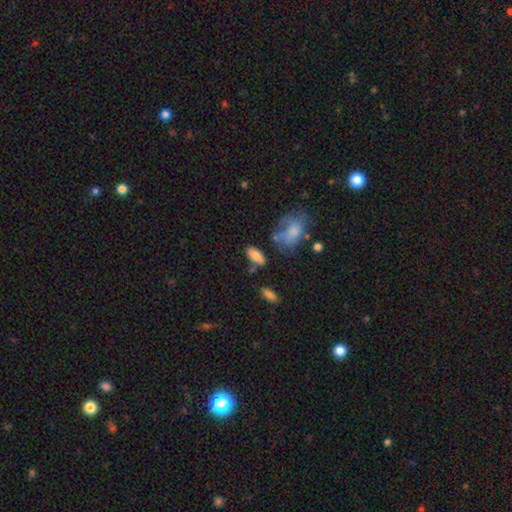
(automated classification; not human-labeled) Morphology: type=smooth (79%); roundness=in between (85%); merging=none (69%).